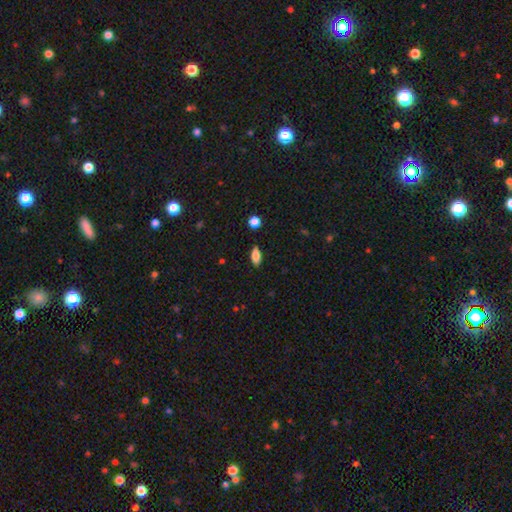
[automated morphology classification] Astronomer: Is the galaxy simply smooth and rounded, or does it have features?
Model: smooth — 80%.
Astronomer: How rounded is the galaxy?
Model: in between — 84%.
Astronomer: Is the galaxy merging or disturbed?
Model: none — 87%.